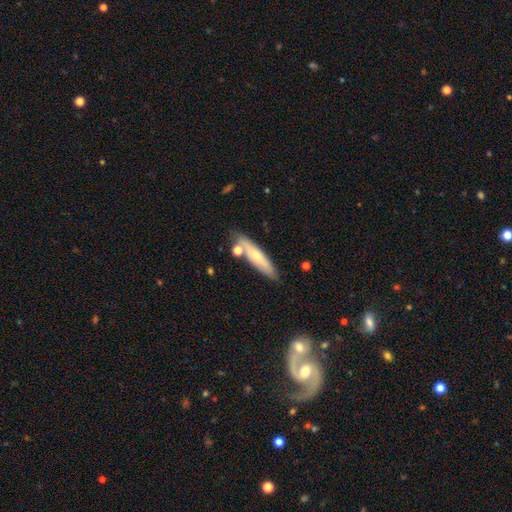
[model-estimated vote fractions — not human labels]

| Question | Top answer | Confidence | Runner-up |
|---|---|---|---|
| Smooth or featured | smooth | 58% | featured or disk (35%) |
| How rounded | cigar-shaped | 79% | in between (19%) |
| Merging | none | 75% | minor disturbance (14%) |